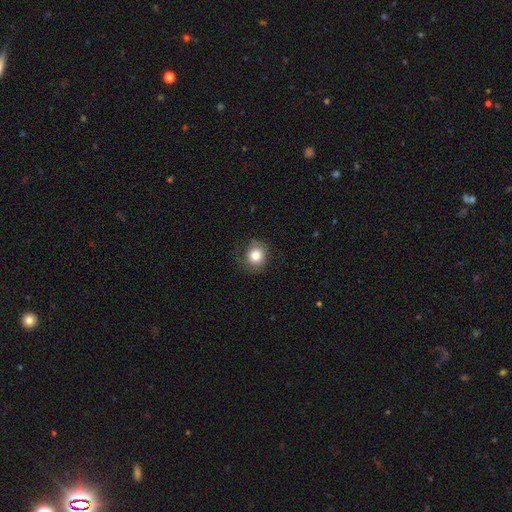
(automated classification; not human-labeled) smooth 82%, star or artifact 9%, featured or disk 9%. Down the decision tree: how rounded — round (84%); merging — none (77%).